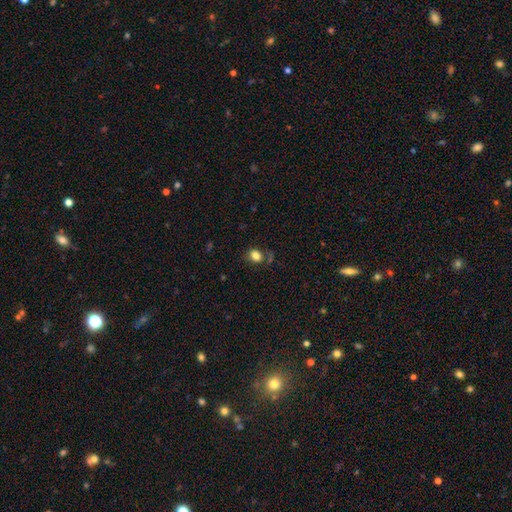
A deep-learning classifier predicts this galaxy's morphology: Smooth or featured?
  - smooth: 81% *
  - star or artifact: 11%
  - featured or disk: 8%
How rounded?
  - in between: 56% *
  - round: 43%
  - cigar-shaped: 1%
Merging?
  - none: 72% *
  - minor disturbance: 17%
  - major disturbance: 6%
  - merger: 5%